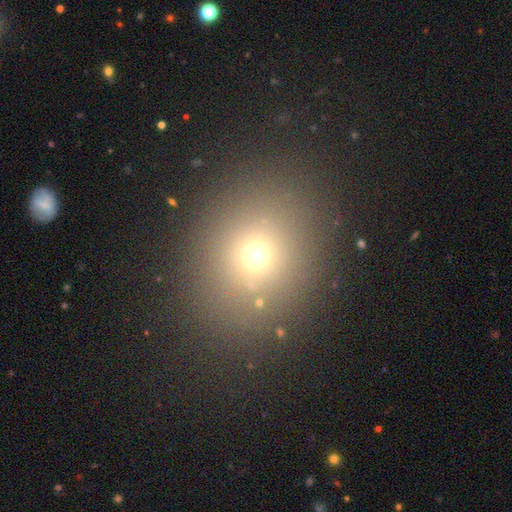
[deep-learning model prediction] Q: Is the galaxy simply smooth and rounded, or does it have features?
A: smooth — 66%.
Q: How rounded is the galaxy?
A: round — 69%.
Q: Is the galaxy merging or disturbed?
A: none — 85%.